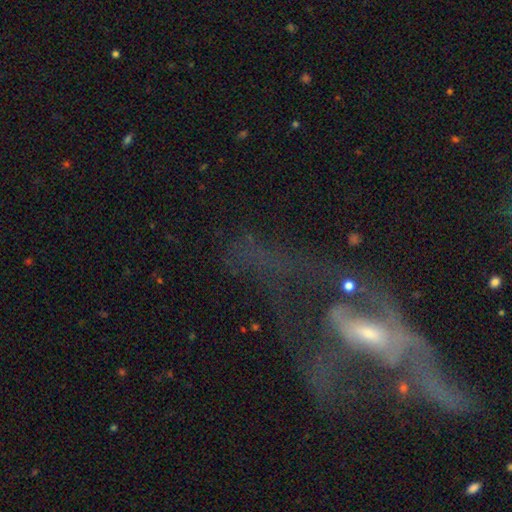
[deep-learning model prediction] smooth-or-featured: featured or disk: 68% | smooth: 17% | star or artifact: 16%
  disk-edge-on: no: 86% | yes: 14%
    bar: no: 41% | weak: 33% | strong: 25%
    has-spiral-arms: yes: 61% | no: 39%
    bulge-size: small: 46% | moderate: 41% | none: 6% | large: 5% | dominant: 2%
  merging: major disturbance: 44% | none: 29% | merger: 14% | minor disturbance: 13%